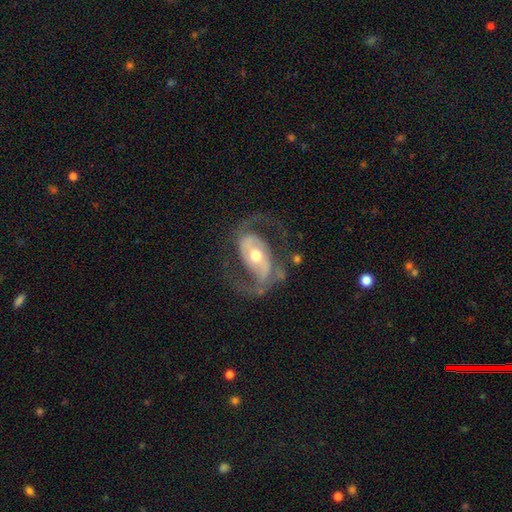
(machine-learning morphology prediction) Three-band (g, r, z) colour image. It shows a featured or disk galaxy (90%) with no bar (34%, tied with weak), 2 (92%) medium (55%) spiral arms (96%) and a moderate central bulge (67%). Merging: none (69%).